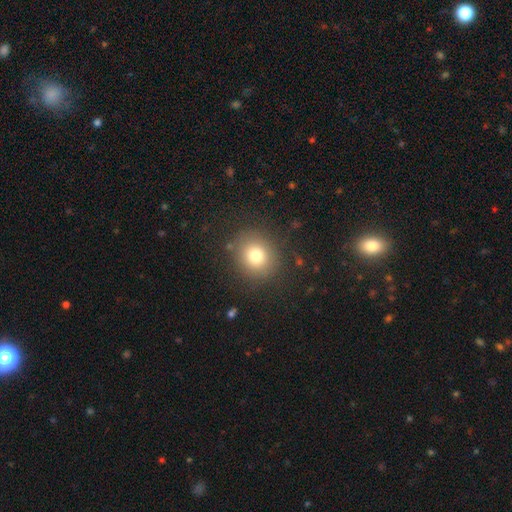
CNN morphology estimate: Smooth or featured? smooth (76%)
How rounded? round (86%)
Merging? none (86%)